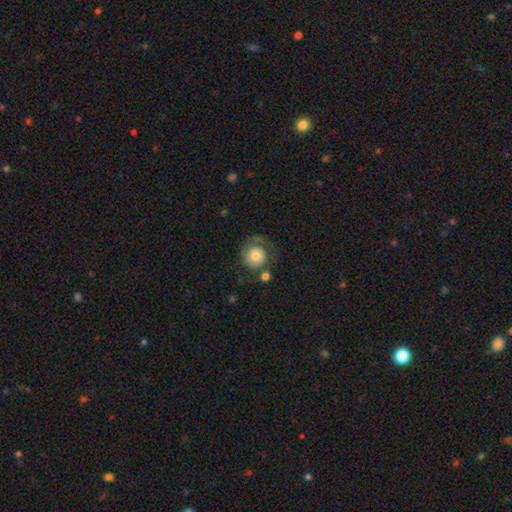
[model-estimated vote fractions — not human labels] A smooth galaxy with no disk features (66%) that is round (89%). Merging: none (52%).